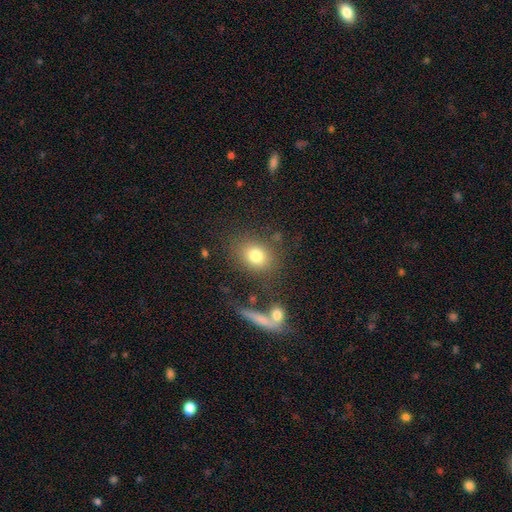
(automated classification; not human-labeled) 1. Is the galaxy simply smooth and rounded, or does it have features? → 78% smooth, 12% star or artifact, 10% featured or disk.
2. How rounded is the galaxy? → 57% round, 42% in between, 2% cigar-shaped.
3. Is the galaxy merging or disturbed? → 74% none, 12% minor disturbance, 8% merger, 6% major disturbance.